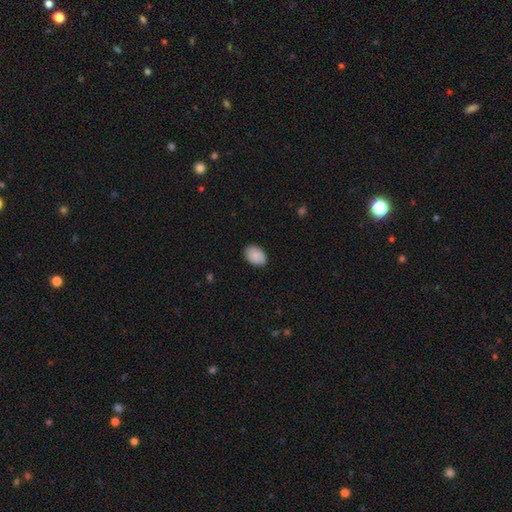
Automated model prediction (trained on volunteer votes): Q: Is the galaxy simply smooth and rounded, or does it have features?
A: smooth — 88%.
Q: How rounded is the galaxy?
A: in between — 87%.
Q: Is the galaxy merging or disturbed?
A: none — 82%.